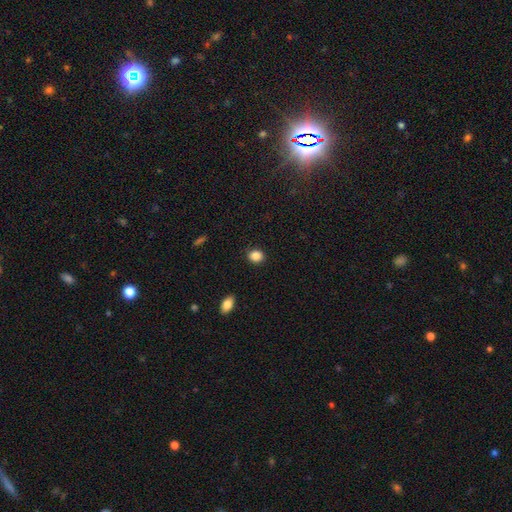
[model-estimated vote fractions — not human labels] Smooth or featured? smooth (87%)
How rounded? round (67%)
Merging? none (89%)